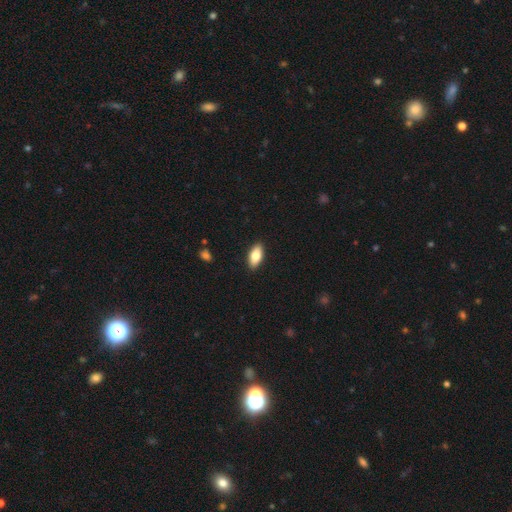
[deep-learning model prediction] A smooth galaxy with no disk features (80%) that is in between round and cigar-shaped (88%). Merging: none (90%).